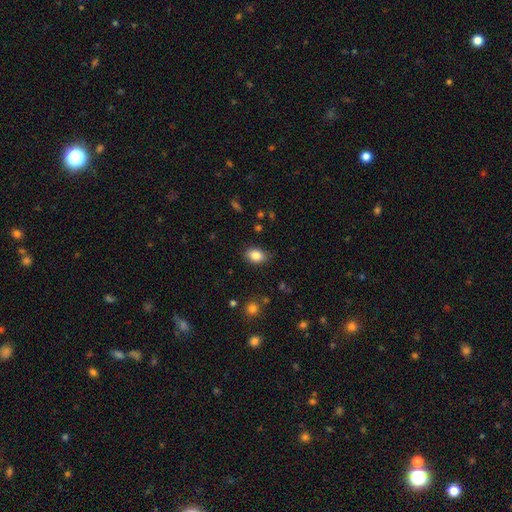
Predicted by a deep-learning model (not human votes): smooth_or_featured: smooth (p=0.84) [alt: star or artifact p=0.09]
how_rounded: in between (p=0.77) [alt: round p=0.22]
merging: none (p=0.83) [alt: minor disturbance p=0.13]